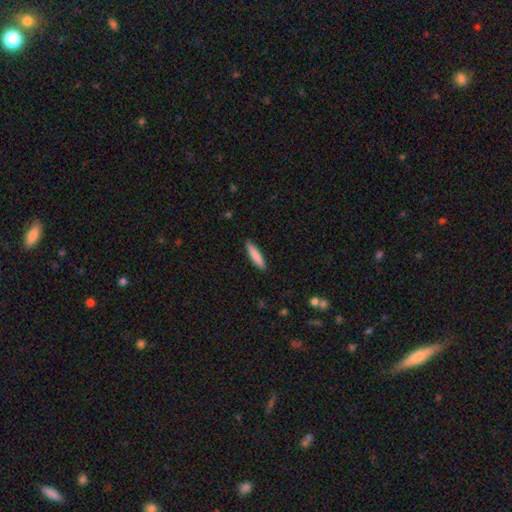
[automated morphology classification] Smooth or featured?
  - smooth: 84% *
  - featured or disk: 11%
  - star or artifact: 5%
How rounded?
  - cigar-shaped: 85% *
  - in between: 14%
  - round: 1%
Merging?
  - none: 90% *
  - minor disturbance: 7%
  - major disturbance: 2%
  - merger: 1%